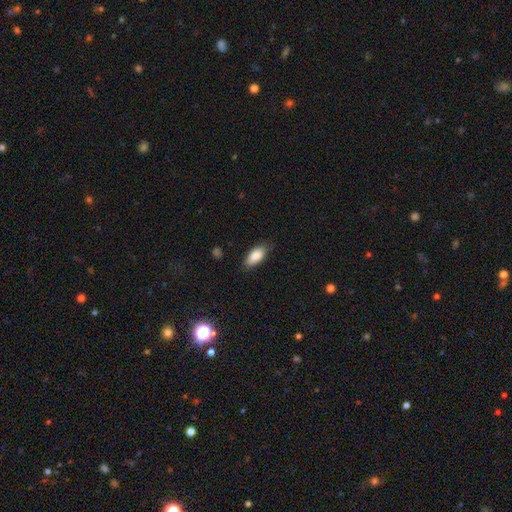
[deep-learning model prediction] A smooth galaxy with no disk features (87%) that is in between round and cigar-shaped (87%). Merging: none (79%).